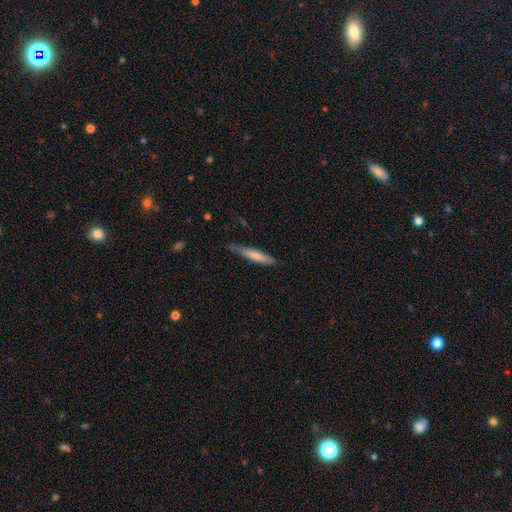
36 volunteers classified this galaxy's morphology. Smooth or featured?
  - smooth: 72% *
  - featured or disk: 25%
  - star or artifact: 3%
How rounded?
  - cigar-shaped: 92% *
  - in between: 8%
  - round: 0%
Merging?
  - none: 66% *
  - minor disturbance: 34%
  - major disturbance: 0%
  - merger: 0%